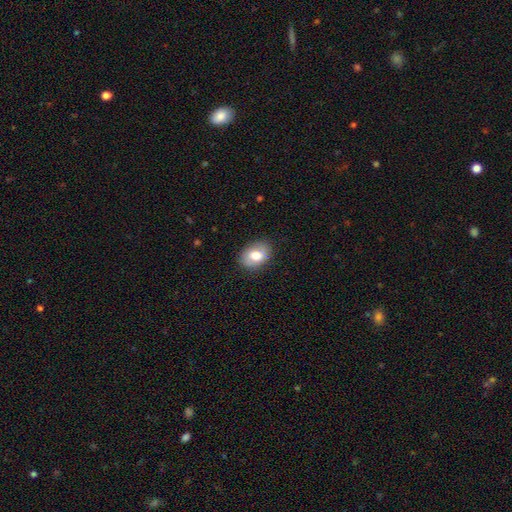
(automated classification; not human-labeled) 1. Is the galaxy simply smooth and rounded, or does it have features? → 75% smooth, 17% featured or disk, 7% star or artifact.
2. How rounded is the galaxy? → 78% in between, 21% round, 1% cigar-shaped.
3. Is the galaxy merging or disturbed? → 81% none, 14% minor disturbance, 4% major disturbance, 1% merger.